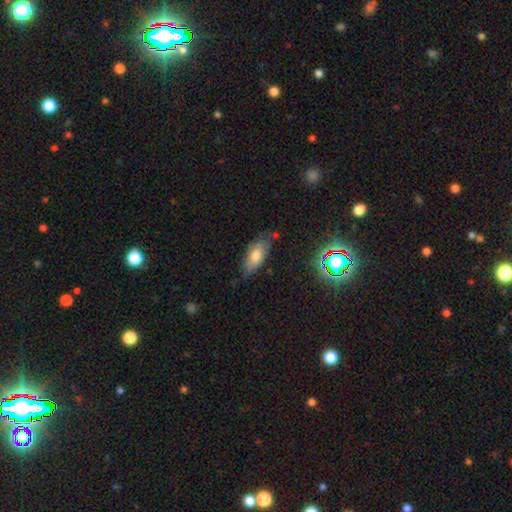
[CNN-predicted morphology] smooth-or-featured: smooth: 70% | featured or disk: 21% | star or artifact: 10%
  how-rounded: in between: 84% | cigar-shaped: 13% | round: 3%
  merging: none: 68% | minor disturbance: 24% | major disturbance: 5% | merger: 3%